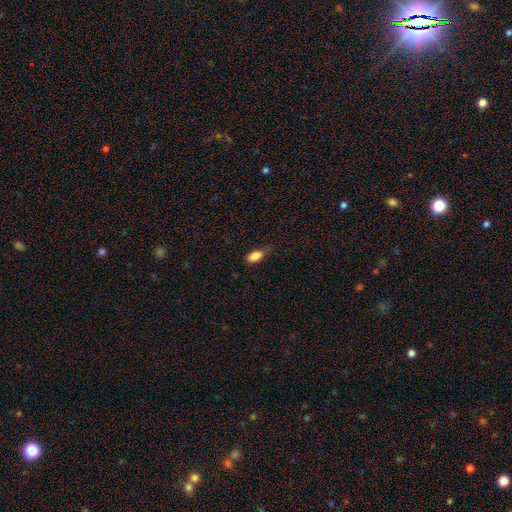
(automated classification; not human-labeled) Overall: smooth (86%). How rounded: in between (87%). Merging: none (60%; minor disturbance 31%).